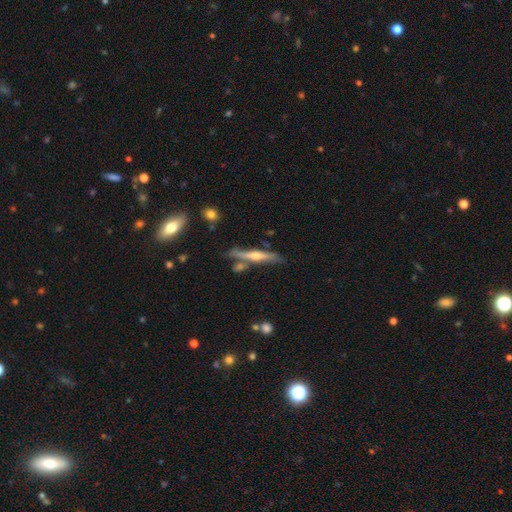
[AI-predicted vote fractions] This appears to be a featured or disk galaxy (68%) viewed edge-on (96%) with a rounded central bulge (87%). Merging: none (74%).